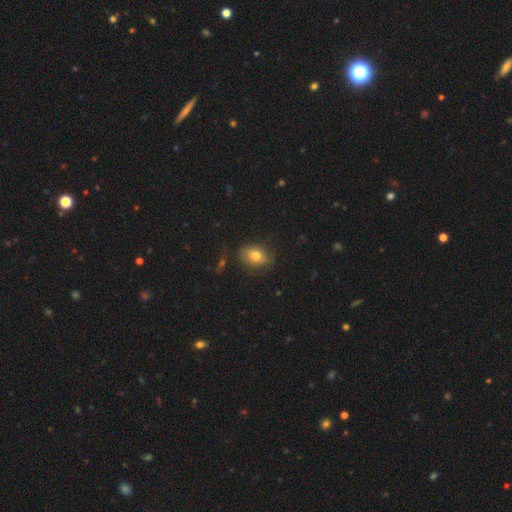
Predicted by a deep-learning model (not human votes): Q: Smooth or featured?
A: smooth (73%); runner-up: featured or disk (17%)
Q: How rounded?
A: in between (76%); runner-up: round (22%)
Q: Merging?
A: none (71%); runner-up: minor disturbance (20%)